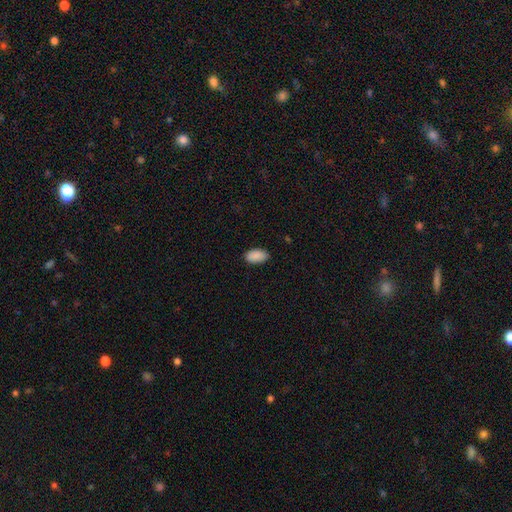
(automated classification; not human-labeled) smooth 90%, star or artifact 7%, featured or disk 3%. Down the decision tree: how rounded — in between (94%); merging — none (83%).